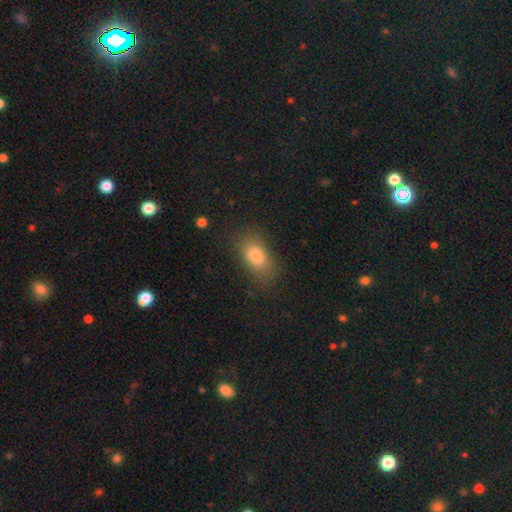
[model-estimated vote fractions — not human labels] This is clearly a smooth galaxy (80%). How rounded: clearly in between (85%). Merging: likely none (78%).